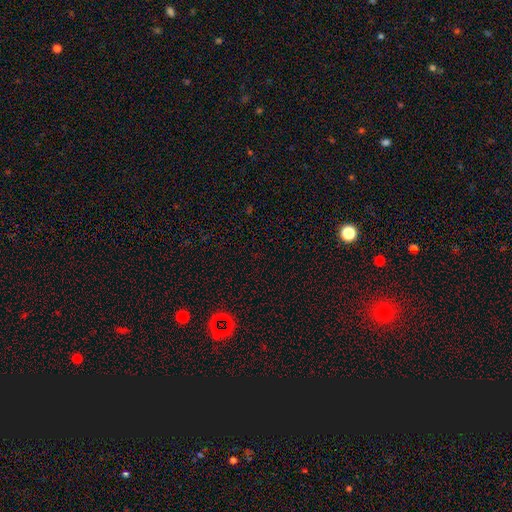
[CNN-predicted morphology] The model was most divided on "smooth or featured": star or artifact: 69%, smooth: 24%, featured or disk: 7%.